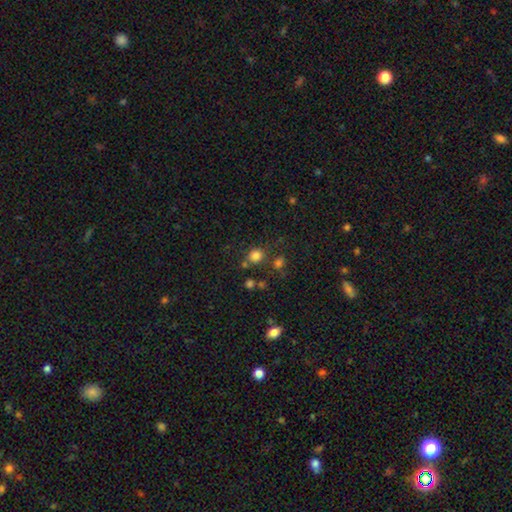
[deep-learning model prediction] This is likely a smooth galaxy (79%). How rounded: clearly round (80%). Merging: likely none (74%).